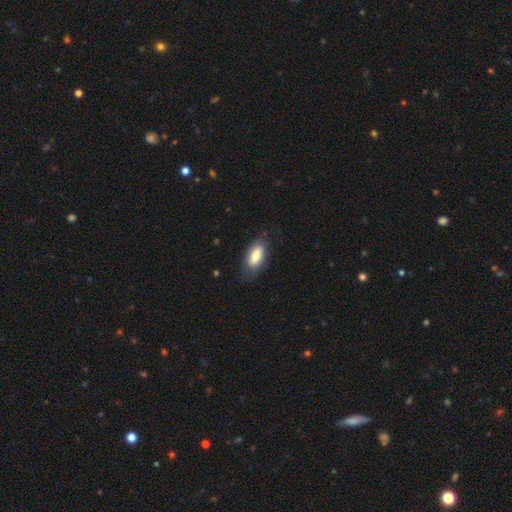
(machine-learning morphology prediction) Overall: smooth (72%). How rounded: in between (84%). Merging: none (72%).